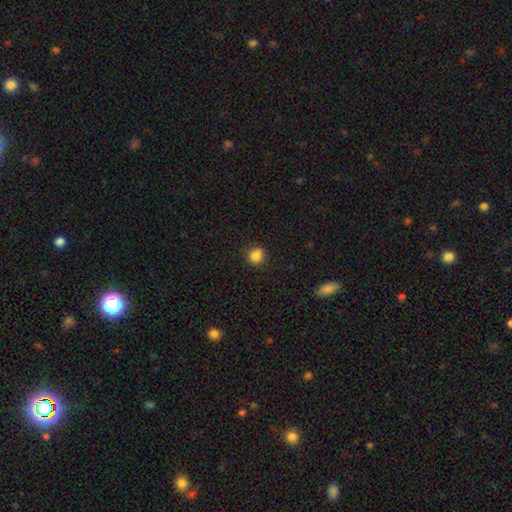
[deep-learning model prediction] This appears to be a smooth galaxy with no disk features (84%) that is round (86%). Merging: none (82%).